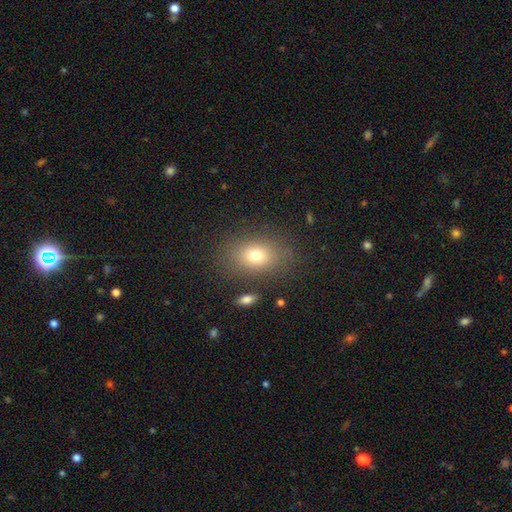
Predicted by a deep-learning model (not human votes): smooth 75%, featured or disk 13%, star or artifact 12%. Down the decision tree: how rounded — in between (77%); merging — none (82%).